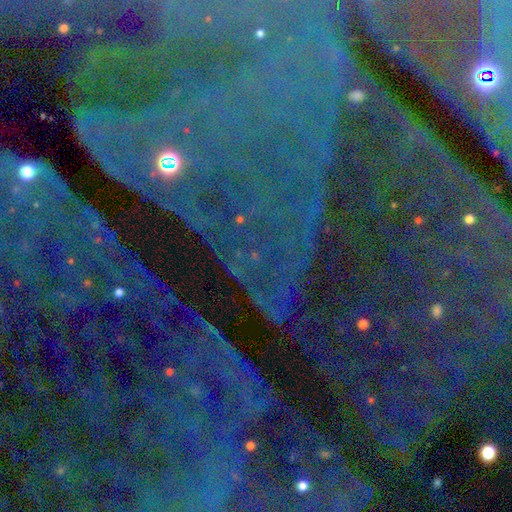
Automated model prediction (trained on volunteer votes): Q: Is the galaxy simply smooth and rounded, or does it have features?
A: star or artifact — 87%.